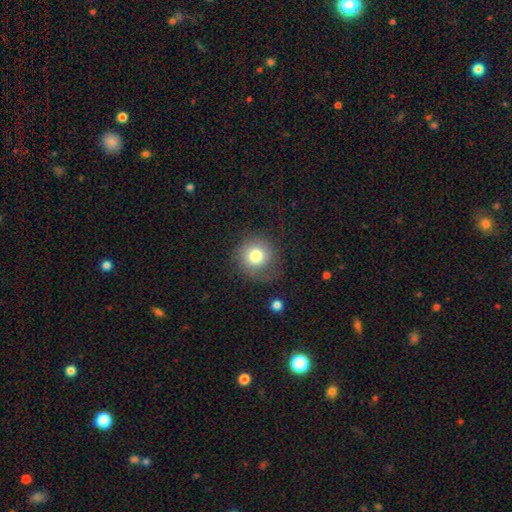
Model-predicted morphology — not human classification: Q: Smooth or featured?
A: smooth (77%); runner-up: featured or disk (13%)
Q: How rounded?
A: round (91%); runner-up: in between (8%)
Q: Merging?
A: none (67%); runner-up: minor disturbance (19%)